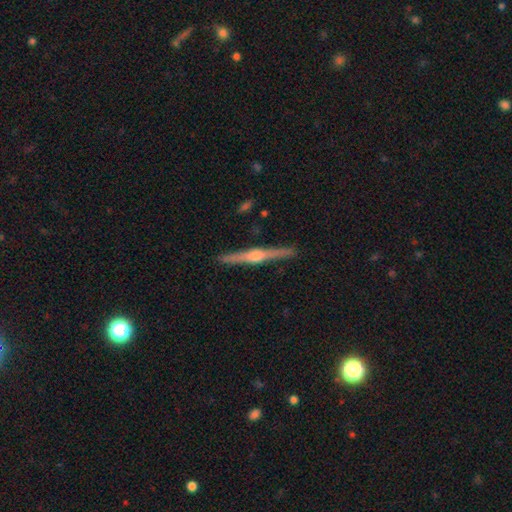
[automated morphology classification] A featured or disk galaxy (82%) viewed edge-on (98%) with a rounded central bulge (90%).

Vote fractions:
- Smooth or featured? featured or disk: 82% / smooth: 13% / star or artifact: 5%
- Edge-on disk? yes: 98% / no: 2%
- Edge-on bulge? rounded: 90% / boxy: 6% / none: 3%
- Merging? none: 92% / minor disturbance: 5% / major disturbance: 1% / merger: 1%